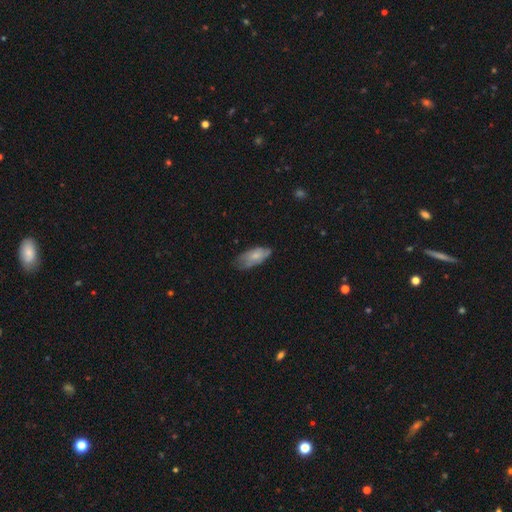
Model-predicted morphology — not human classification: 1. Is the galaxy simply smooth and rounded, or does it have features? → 67% smooth, 26% featured or disk, 7% star or artifact.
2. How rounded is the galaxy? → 87% in between, 10% cigar-shaped, 2% round.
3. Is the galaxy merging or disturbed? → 52% none, 35% minor disturbance, 11% major disturbance, 2% merger.